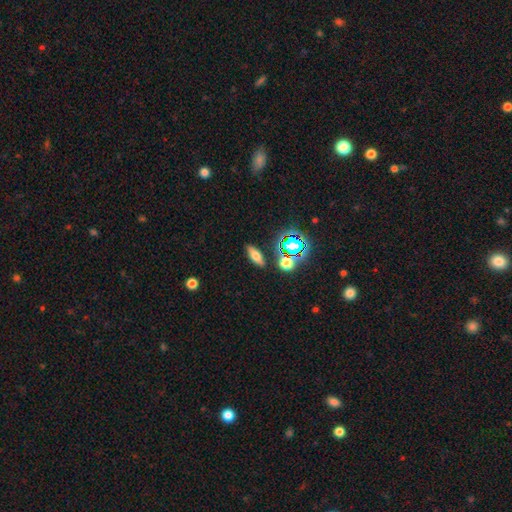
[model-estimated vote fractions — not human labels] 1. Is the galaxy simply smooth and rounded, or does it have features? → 60% smooth, 21% featured or disk, 19% star or artifact.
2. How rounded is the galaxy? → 59% in between, 32% cigar-shaped, 9% round.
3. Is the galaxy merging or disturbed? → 85% none, 9% minor disturbance, 4% merger, 3% major disturbance.